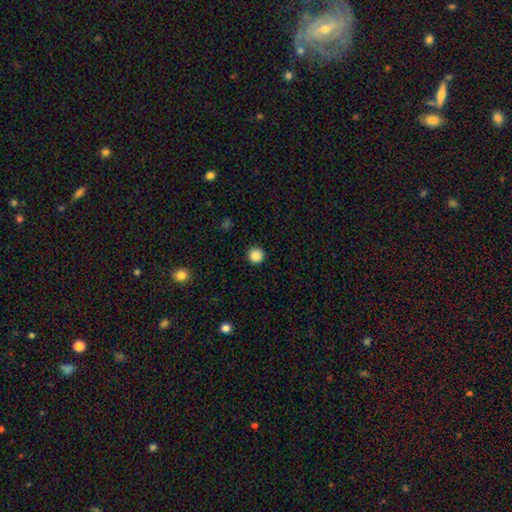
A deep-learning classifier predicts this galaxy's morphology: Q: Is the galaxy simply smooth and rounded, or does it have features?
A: smooth — 87%.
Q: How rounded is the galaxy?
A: round — 96%.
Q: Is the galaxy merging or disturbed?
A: none — 93%.